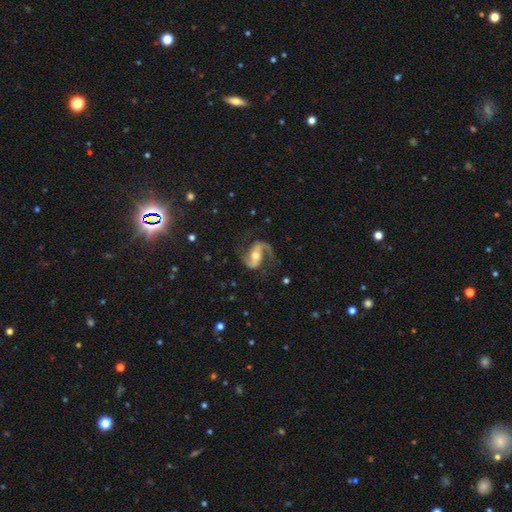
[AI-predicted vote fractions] Smooth or featured: featured or disk — 89% (smooth — 6%)
Edge-on disk: no — 97% (yes — 3%)
Bar: strong — 36% (weak — 35%)
Spiral arms: yes — 97% (no — 3%)
Spiral winding: medium — 46% (loose — 44%)
Spiral arm count: 2 — 92% (1 — 4%)
Bulge size: moderate — 66% (small — 26%)
Merging: none — 75% (minor disturbance — 14%)